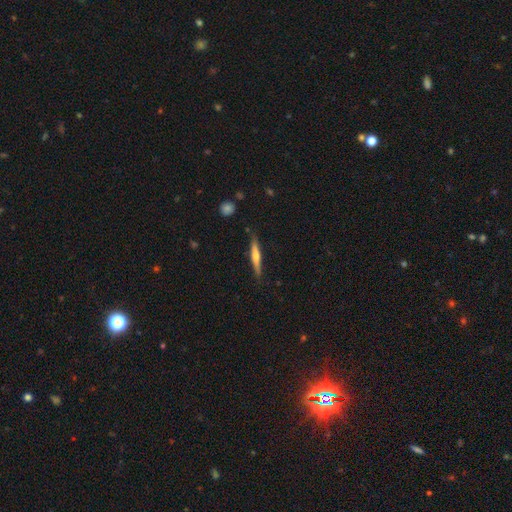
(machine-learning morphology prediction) Q: Smooth or featured?
A: featured or disk (51%); runner-up: smooth (44%)
Q: Edge-on disk?
A: yes (97%); runner-up: no (3%)
Q: Merging?
A: none (86%); runner-up: minor disturbance (11%)